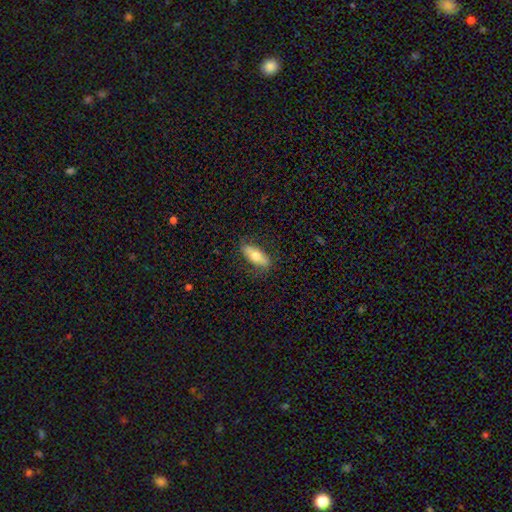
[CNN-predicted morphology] This appears to be a smooth galaxy with no disk features (66%) that is in between round and cigar-shaped (73%). Merging: none (81%).